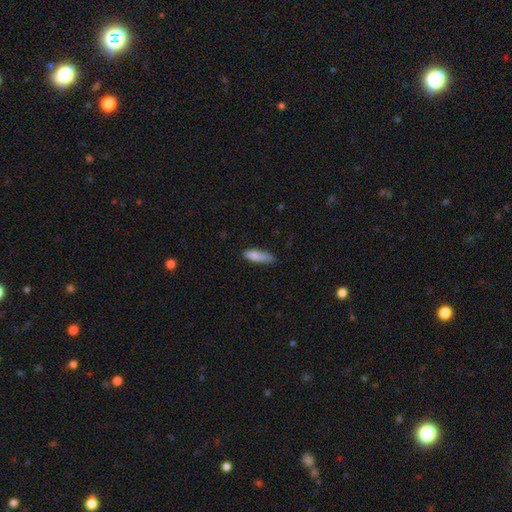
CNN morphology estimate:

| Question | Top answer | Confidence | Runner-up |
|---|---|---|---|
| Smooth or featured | smooth | 84% | featured or disk (9%) |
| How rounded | cigar-shaped | 58% | in between (40%) |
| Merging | none | 53% | minor disturbance (37%) |